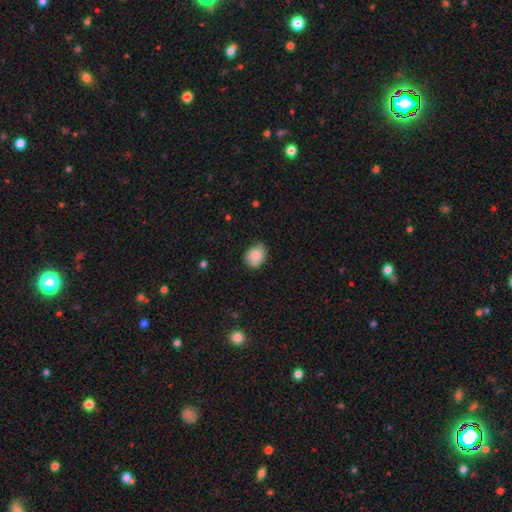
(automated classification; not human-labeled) smooth 85%, featured or disk 8%, star or artifact 8%. Down the decision tree: how rounded — in between (57%); merging — none (66%).